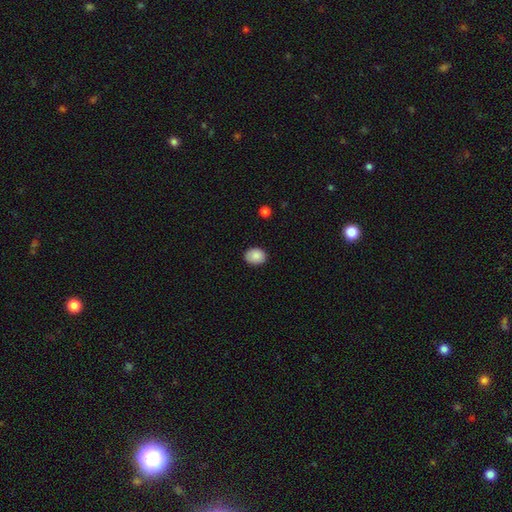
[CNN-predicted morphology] smooth 88%, star or artifact 7%, featured or disk 4%. Down the decision tree: how rounded — in between (59%); merging — none (86%).